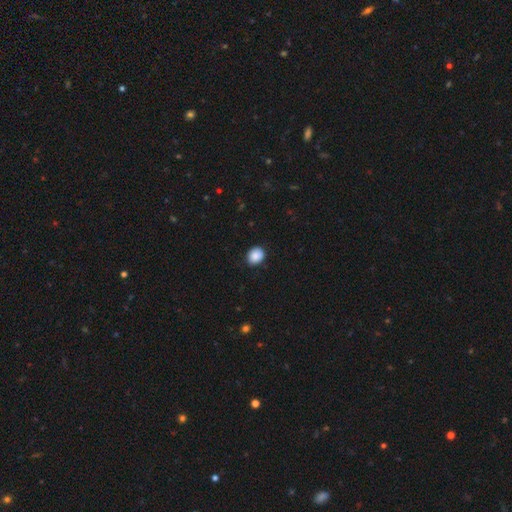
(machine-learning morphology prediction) Smooth or featured? smooth (88%)
How rounded? round (61%)
Merging? none (85%)